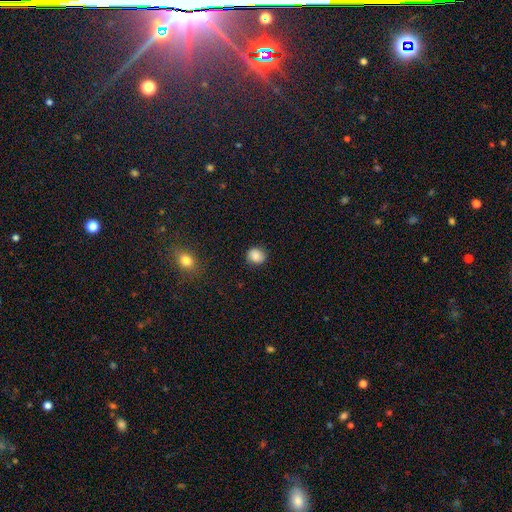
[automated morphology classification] Overall: smooth (87%). How rounded: round (76%). Merging: none (87%).